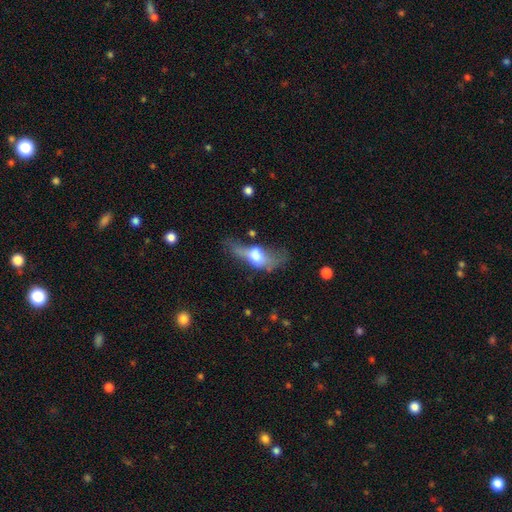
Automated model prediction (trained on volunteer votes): smooth 46%, featured or disk 44%, star or artifact 10%. Down the decision tree: merging — major disturbance (45%).